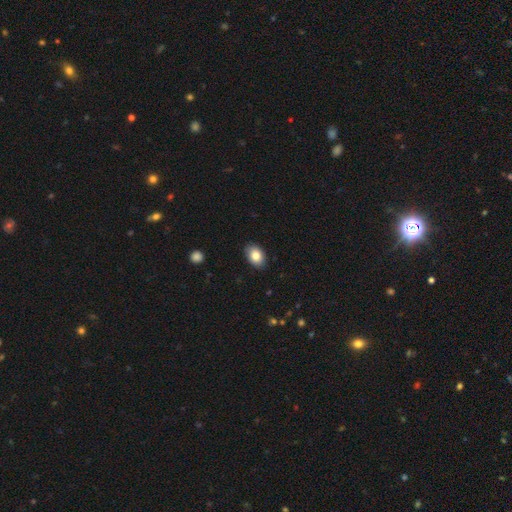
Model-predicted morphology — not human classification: smooth_or_featured: smooth (p=0.83) [alt: featured or disk p=0.09]
how_rounded: in between (p=0.84) [alt: round p=0.15]
merging: none (p=0.87) [alt: minor disturbance p=0.10]